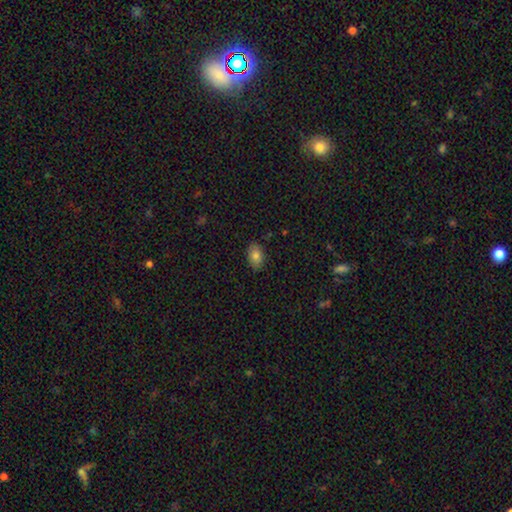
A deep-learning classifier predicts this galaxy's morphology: This appears to be a smooth galaxy with no disk features (83%) that is in between round and cigar-shaped (87%). Merging: none (85%).